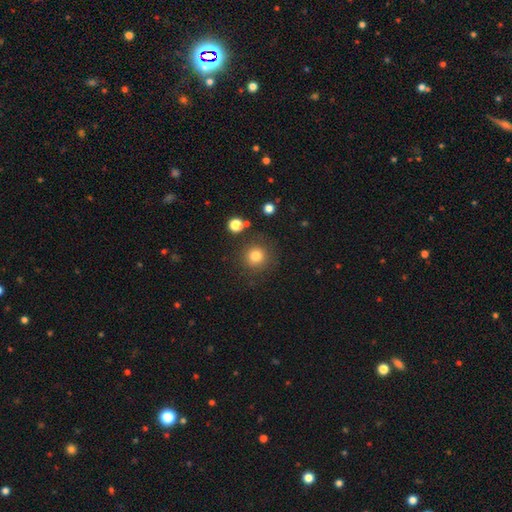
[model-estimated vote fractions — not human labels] Smooth or featured?
  - smooth: 81% *
  - star or artifact: 13%
  - featured or disk: 7%
How rounded?
  - round: 93% *
  - in between: 6%
  - cigar-shaped: 1%
Merging?
  - none: 85% *
  - minor disturbance: 8%
  - merger: 3%
  - major disturbance: 3%